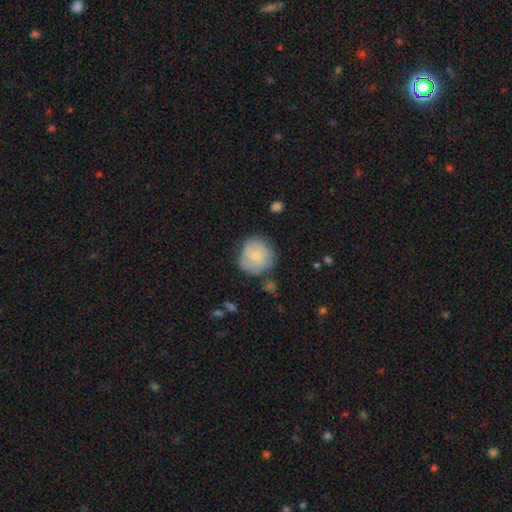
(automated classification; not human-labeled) smooth-or-featured: smooth: 67% | featured or disk: 27% | star or artifact: 6%
  how-rounded: round: 90% | in between: 9% | cigar-shaped: 1%
  merging: none: 68% | minor disturbance: 21% | major disturbance: 6% | merger: 4%